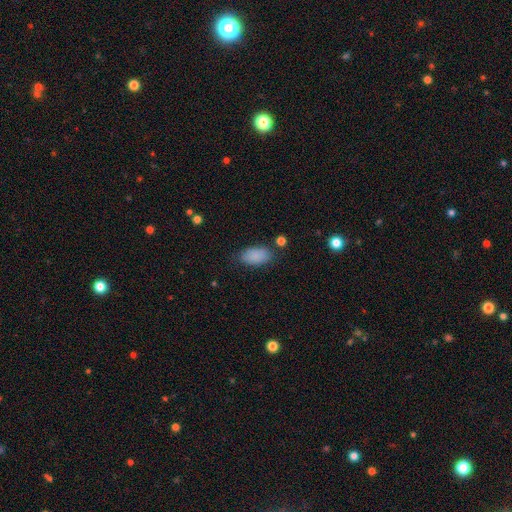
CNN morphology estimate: This appears to be a smooth galaxy with no disk features (87%) that is in between round and cigar-shaped (93%). Merging: none (77%).